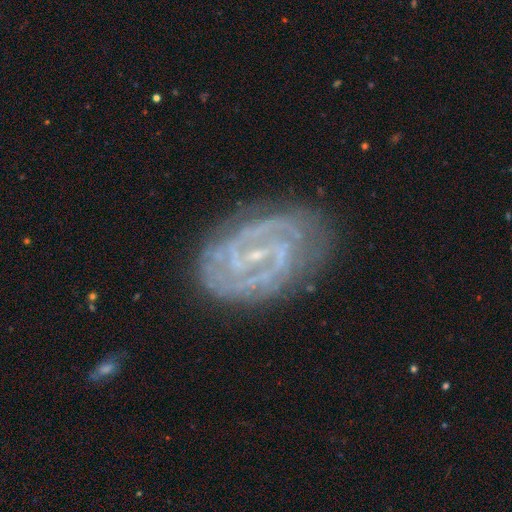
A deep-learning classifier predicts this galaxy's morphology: featured or disk 88%, star or artifact 7%, smooth 5%. Down the decision tree: edge-on disk — no (97%); bar — weak (45%); spiral arms — yes (97%); spiral arm count — 2 (65%); spiral winding — tight (57%); bulge size — small (81%); merging — none (78%).